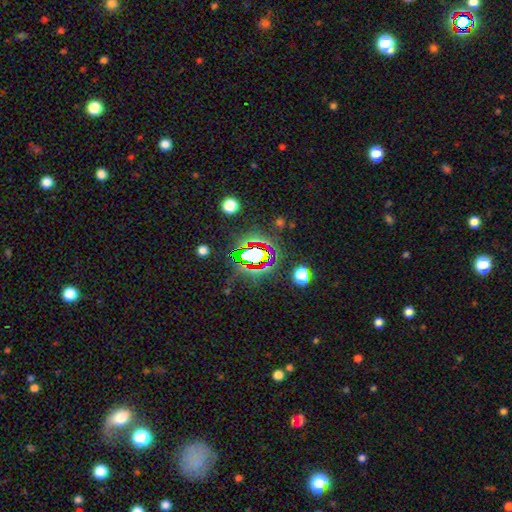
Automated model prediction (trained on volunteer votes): Overall: star or artifact (66%).